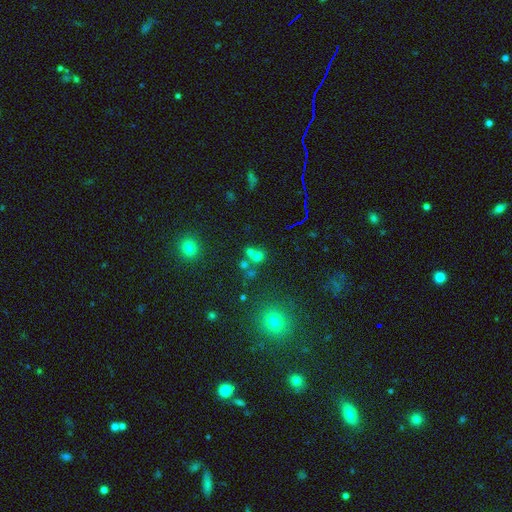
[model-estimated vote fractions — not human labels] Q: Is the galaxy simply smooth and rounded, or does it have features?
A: smooth — 56%.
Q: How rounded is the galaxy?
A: round — 75%.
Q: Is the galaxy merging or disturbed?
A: merger — 44%, tied with none.